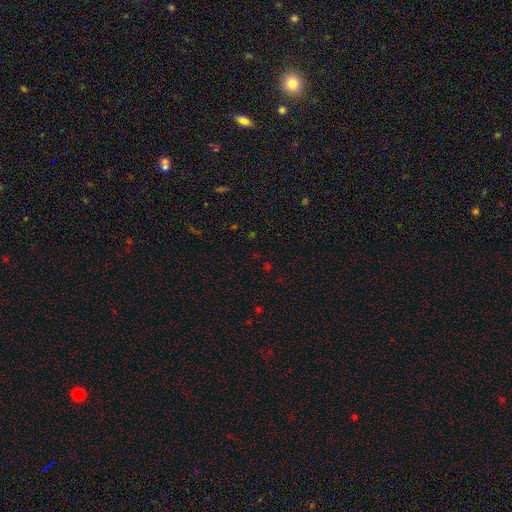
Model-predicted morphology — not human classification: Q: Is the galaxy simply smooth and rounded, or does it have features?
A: star or artifact — 61%.